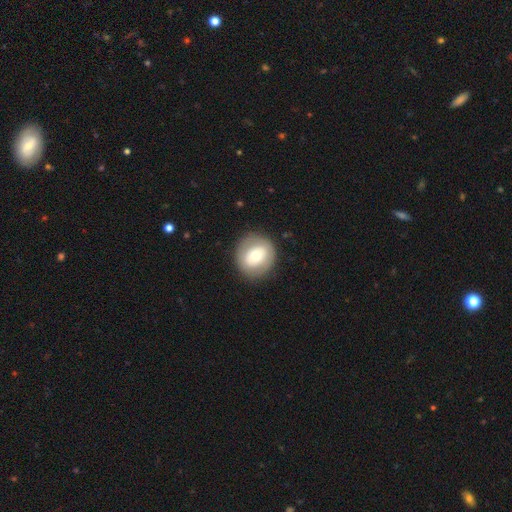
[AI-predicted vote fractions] Smooth or featured? Predicted: smooth (p=0.60). How rounded? Predicted: round (p=0.84). Merging? Predicted: none (p=0.85).